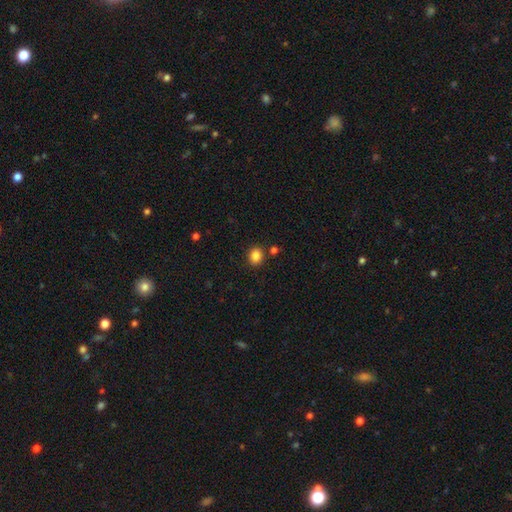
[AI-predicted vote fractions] Smooth or featured?
  - smooth: 85% *
  - star or artifact: 11%
  - featured or disk: 4%
How rounded?
  - round: 66% *
  - in between: 33%
  - cigar-shaped: 1%
Merging?
  - none: 84% *
  - minor disturbance: 8%
  - merger: 5%
  - major disturbance: 3%